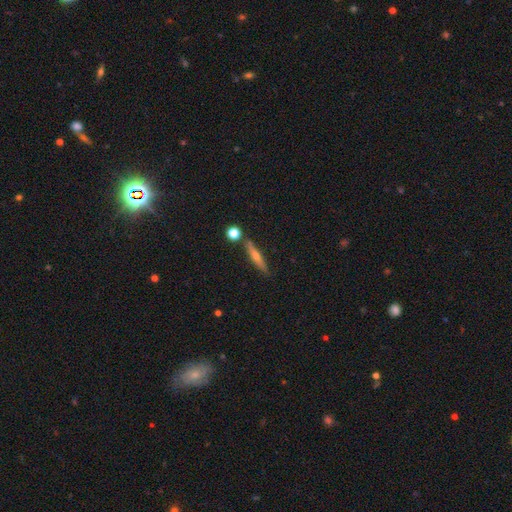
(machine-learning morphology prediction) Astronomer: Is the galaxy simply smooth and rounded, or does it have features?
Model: featured or disk — 52% (runner-up: smooth, 38%).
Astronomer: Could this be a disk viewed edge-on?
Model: yes — 94%.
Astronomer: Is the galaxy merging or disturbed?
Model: none — 83%.